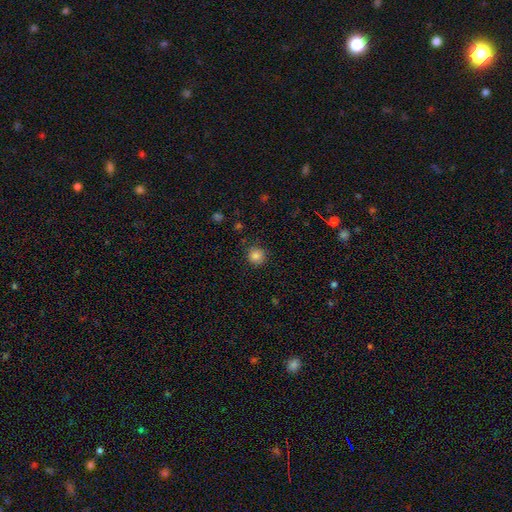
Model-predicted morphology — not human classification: A smooth galaxy with no disk features (84%) that is round (93%).

Vote fractions:
- Smooth or featured? smooth: 84% / star or artifact: 11% / featured or disk: 5%
- How rounded? round: 93% / in between: 6% / cigar-shaped: 1%
- Merging? none: 87% / minor disturbance: 9% / major disturbance: 2% / merger: 1%